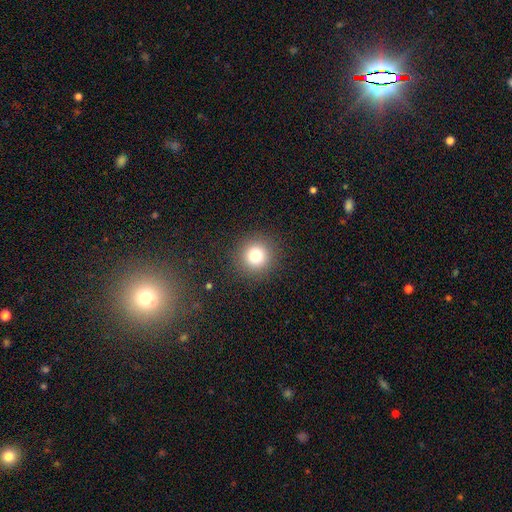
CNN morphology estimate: Overall: smooth (79%). How rounded: round (94%). Merging: none (90%).